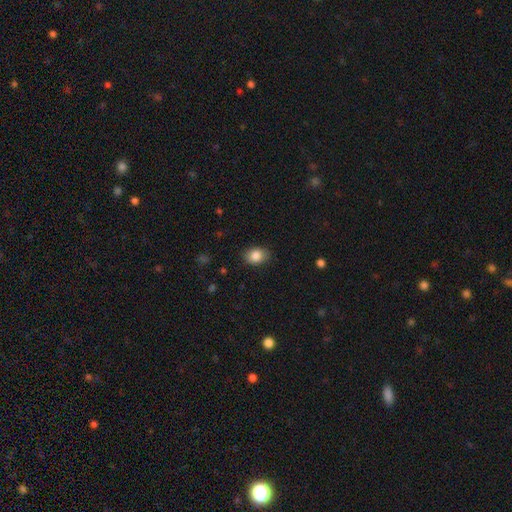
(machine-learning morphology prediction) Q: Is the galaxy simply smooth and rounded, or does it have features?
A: smooth — 86%.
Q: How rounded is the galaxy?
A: in between — 66%.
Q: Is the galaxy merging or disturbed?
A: none — 84%.